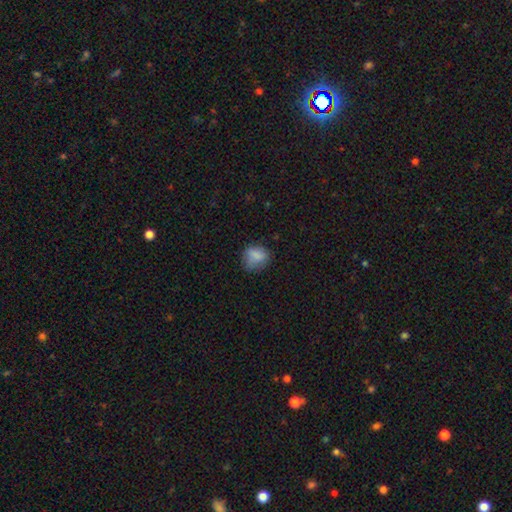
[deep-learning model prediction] Smooth or featured? Predicted: smooth (p=0.79). How rounded? Predicted: round (p=0.54). Merging? Predicted: none (p=0.56).